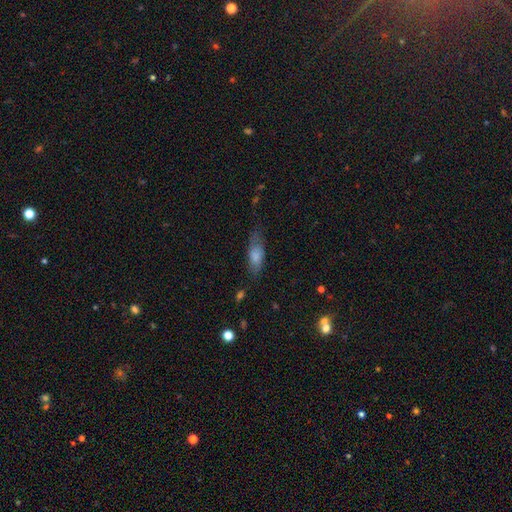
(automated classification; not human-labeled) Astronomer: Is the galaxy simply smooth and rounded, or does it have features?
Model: smooth — 76%.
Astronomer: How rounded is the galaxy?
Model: in between — 72%.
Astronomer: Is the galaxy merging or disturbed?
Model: none — 58%.